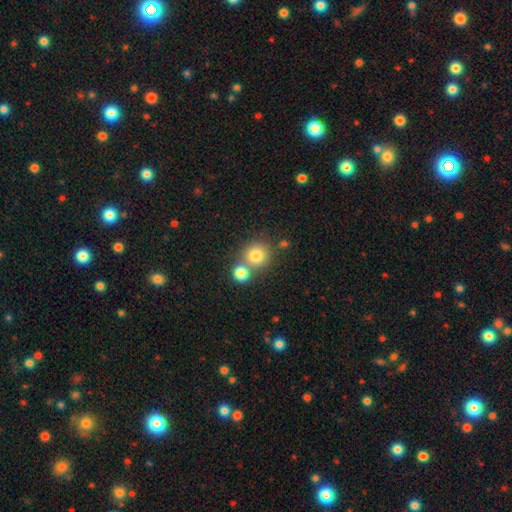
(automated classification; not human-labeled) smooth-or-featured: smooth: 79% | star or artifact: 12% | featured or disk: 9%
  how-rounded: round: 90% | in between: 10% | cigar-shaped: 1%
  merging: none: 55% | merger: 35% | minor disturbance: 7% | major disturbance: 3%